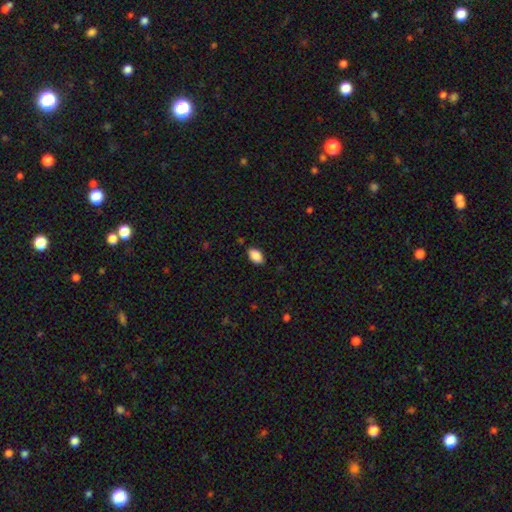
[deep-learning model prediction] Overall: smooth (89%). How rounded: in between (92%). Merging: none (86%).